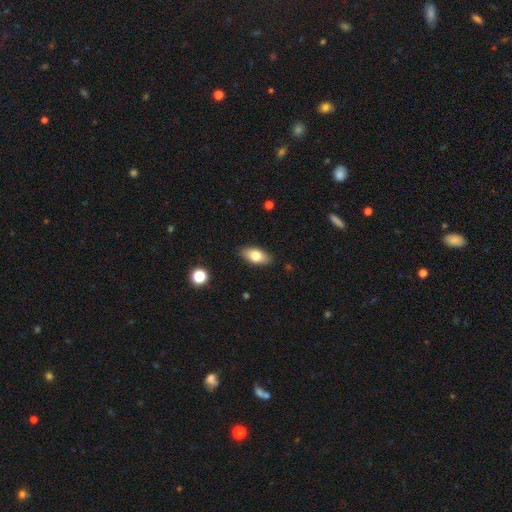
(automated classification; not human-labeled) This appears to be a smooth galaxy with no disk features (75%) that is in between round and cigar-shaped (87%). Merging: none (87%).